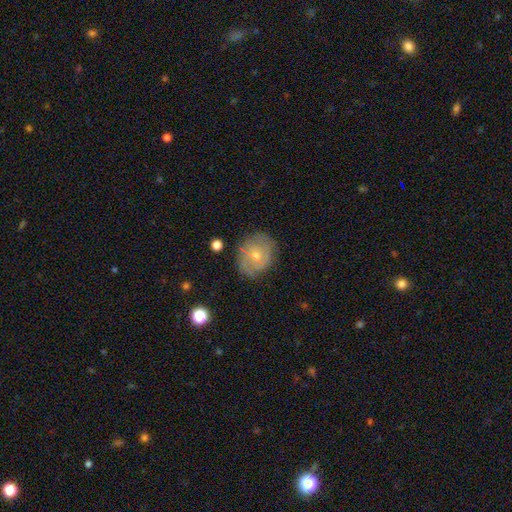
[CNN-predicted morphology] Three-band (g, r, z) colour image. It shows a featured or disk galaxy (56%) with no bar (80%), spiral arms (74%) and a moderate central bulge (48%, tied with small). Merging: none (76%).